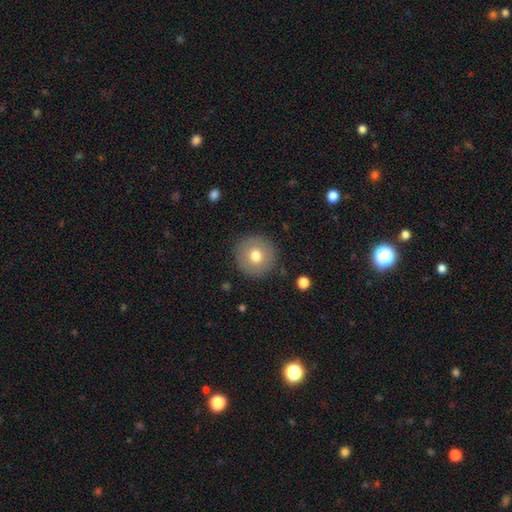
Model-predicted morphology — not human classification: Overall: smooth (71%). How rounded: round (96%). Merging: none (89%).